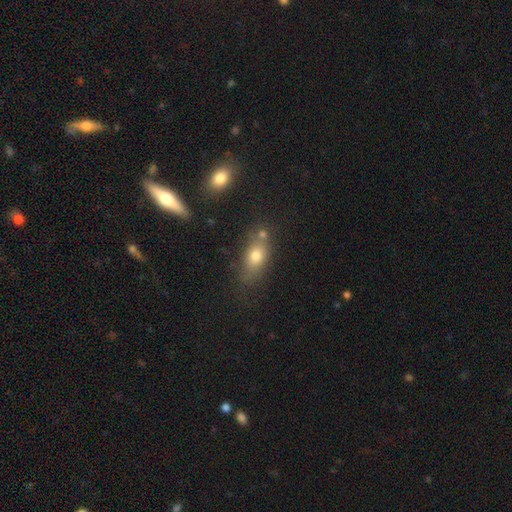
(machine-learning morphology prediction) This is likely a smooth galaxy (72%). How rounded: likely in between (73%). Merging: likely none (63%).